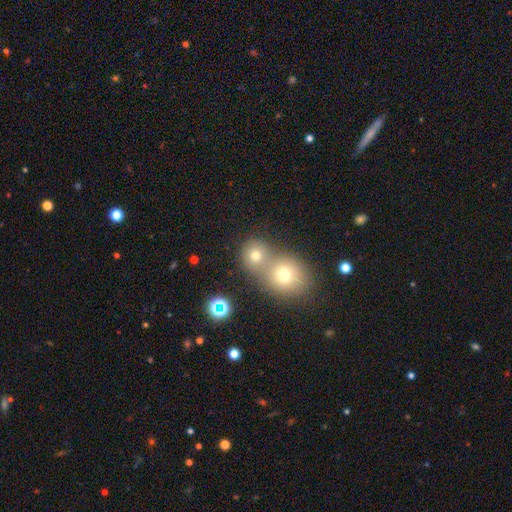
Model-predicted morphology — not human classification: Smooth or featured?
  - smooth: 72% *
  - star or artifact: 16%
  - featured or disk: 11%
How rounded?
  - round: 84% *
  - in between: 15%
  - cigar-shaped: 1%
Merging?
  - merger: 48% *
  - none: 43%
  - minor disturbance: 6%
  - major disturbance: 3%